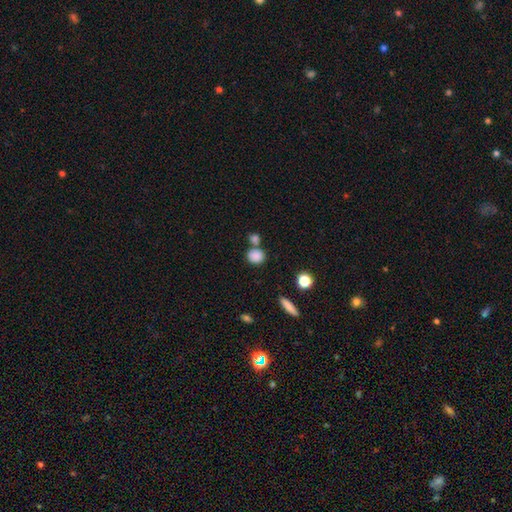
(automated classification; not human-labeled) Overall: smooth (85%). How rounded: round (72%). Merging: none (59%; merger 26%).